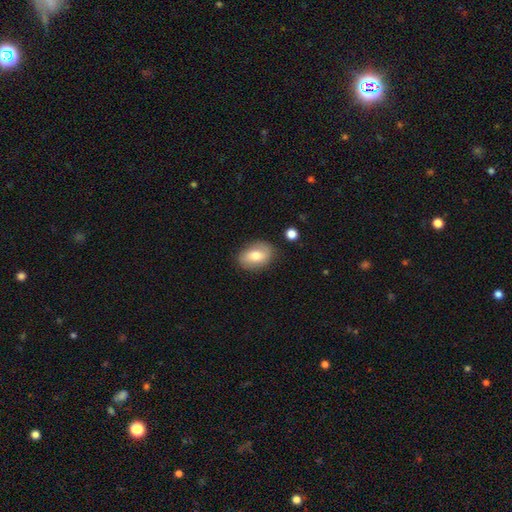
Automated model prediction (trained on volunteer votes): Morphology: type=smooth (68%); roundness=in between (78%); merging=none (81%).